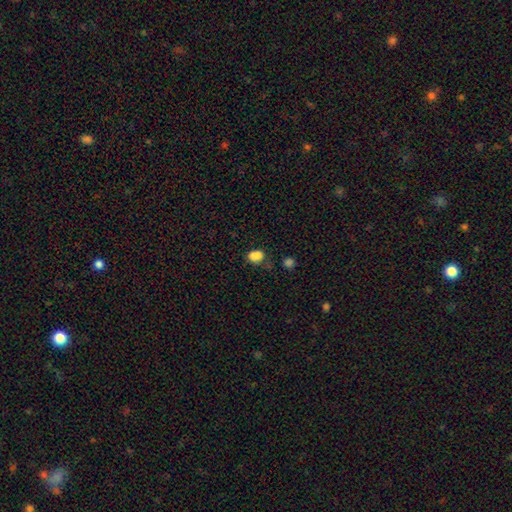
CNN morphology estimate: smooth_or_featured: smooth (p=0.80) [alt: star or artifact p=0.14]
how_rounded: in between (p=0.67) [alt: round p=0.32]
merging: none (p=0.52) [alt: minor disturbance p=0.23]